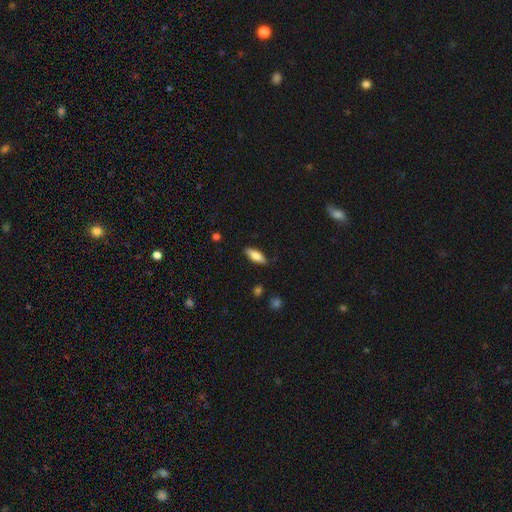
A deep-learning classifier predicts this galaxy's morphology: smooth 78%, featured or disk 16%, star or artifact 6%. Down the decision tree: how rounded — in between (64%); merging — none (85%).